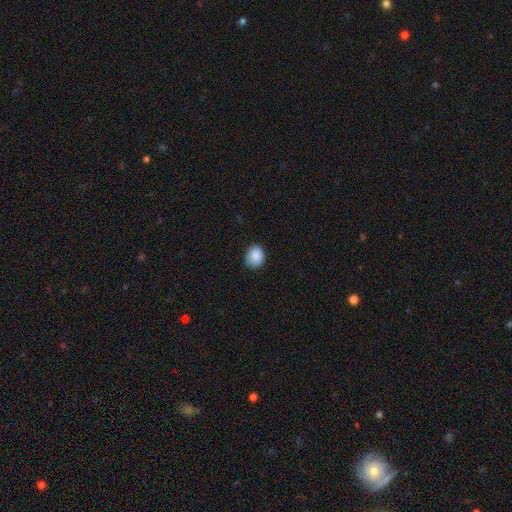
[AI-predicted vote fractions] Morphology: type=smooth (88%); roundness=round (56%); merging=none (80%).